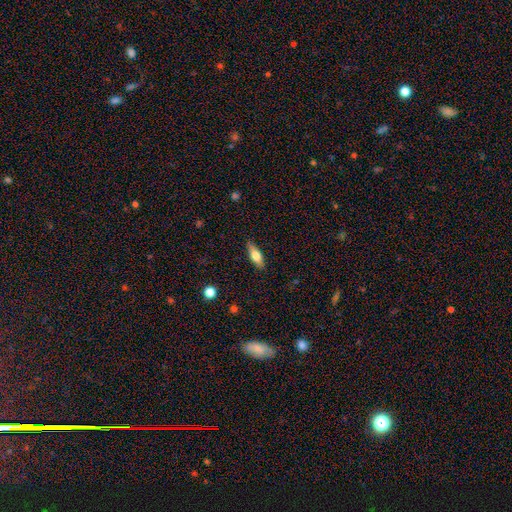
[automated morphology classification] Smooth or featured? Predicted: smooth (p=0.63). How rounded? Predicted: in between (p=0.61). Merging? Predicted: none (p=0.87).